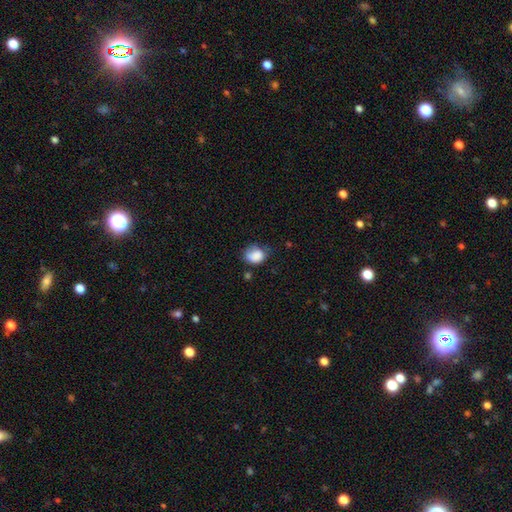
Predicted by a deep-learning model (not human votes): The model was most divided on "how rounded": in between: 54%, round: 45%, cigar-shaped: 1%. Remaining: smooth or featured — smooth (85%); merging — none (49%).